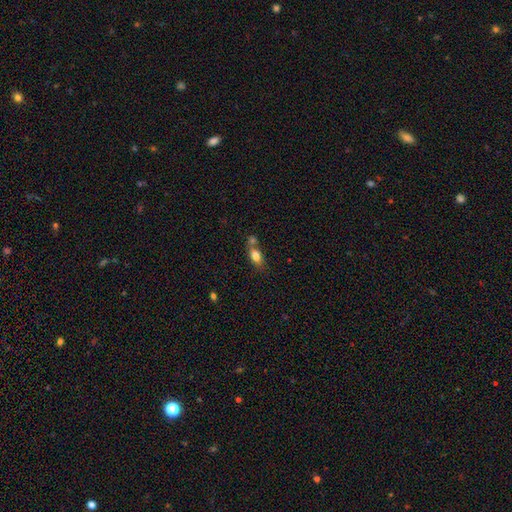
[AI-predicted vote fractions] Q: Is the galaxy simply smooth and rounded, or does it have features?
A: smooth — 80%.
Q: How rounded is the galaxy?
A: in between — 83%.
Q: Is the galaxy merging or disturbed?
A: none — 44%.